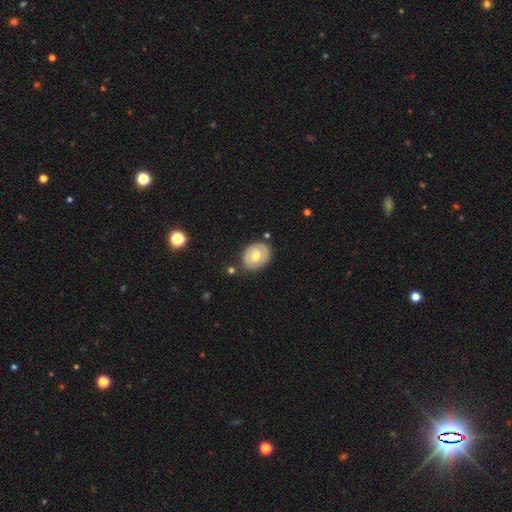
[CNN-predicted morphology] Q: Smooth or featured?
A: smooth (57%); runner-up: featured or disk (36%)
Q: How rounded?
A: in between (51%); runner-up: round (48%)
Q: Merging?
A: none (79%); runner-up: minor disturbance (14%)